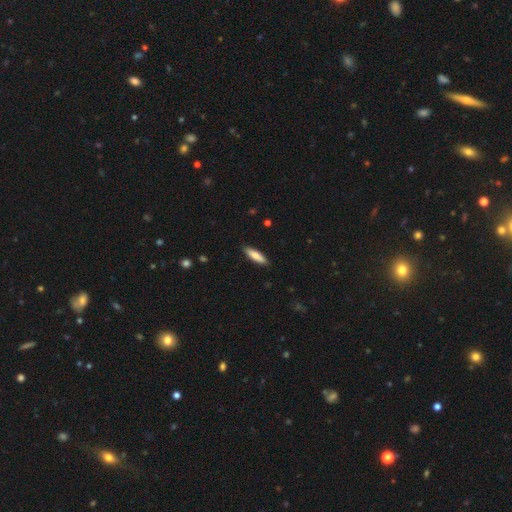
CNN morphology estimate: type=smooth (81%); roundness=cigar-shaped (63%); merging=none (89%).